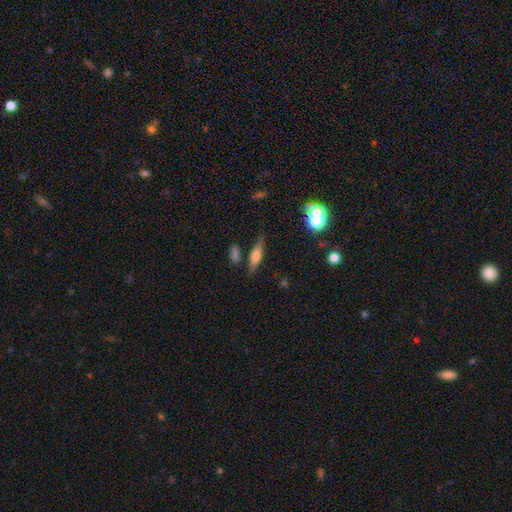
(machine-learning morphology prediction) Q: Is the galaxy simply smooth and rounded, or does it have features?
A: smooth — 52%.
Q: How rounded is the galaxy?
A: cigar-shaped — 66%.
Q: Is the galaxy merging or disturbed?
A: none — 75%.